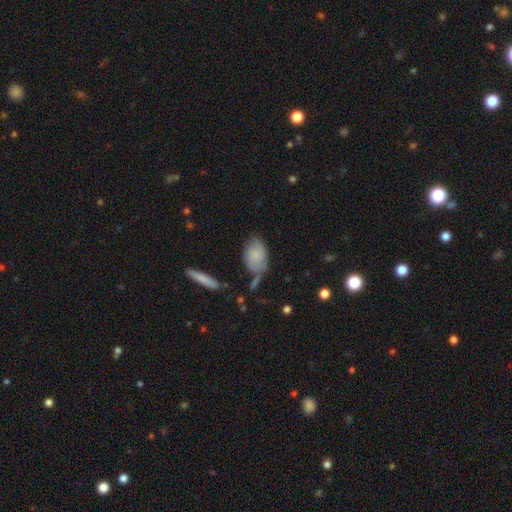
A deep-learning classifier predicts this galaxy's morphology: Smooth or featured? smooth (59%)
How rounded? in between (86%)
Merging? none (58%)